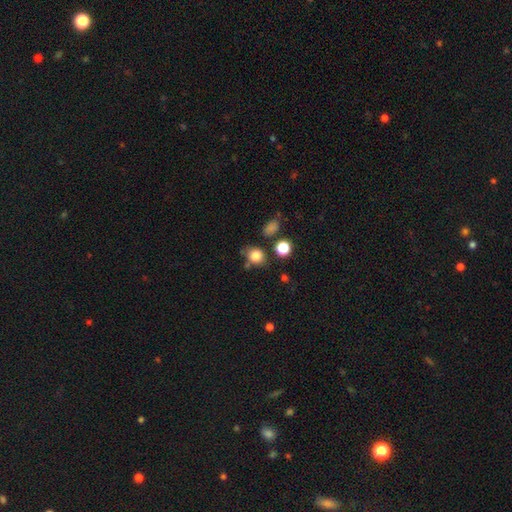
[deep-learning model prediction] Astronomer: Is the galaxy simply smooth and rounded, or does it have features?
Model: smooth — 81%.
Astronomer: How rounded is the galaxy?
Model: round — 70%.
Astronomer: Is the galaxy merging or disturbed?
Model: none — 67%.